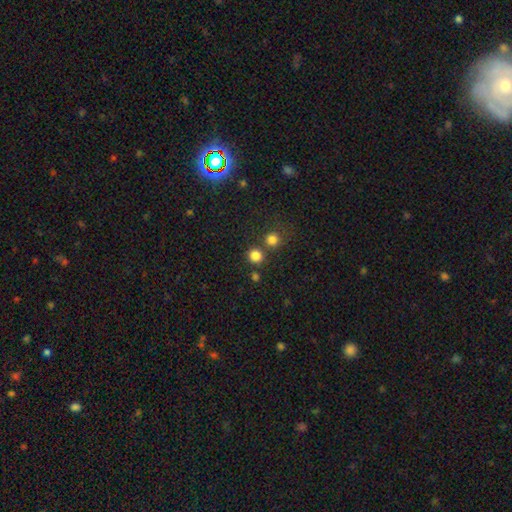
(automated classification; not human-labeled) Smooth or featured? smooth (81%)
How rounded? round (92%)
Merging? none (76%)